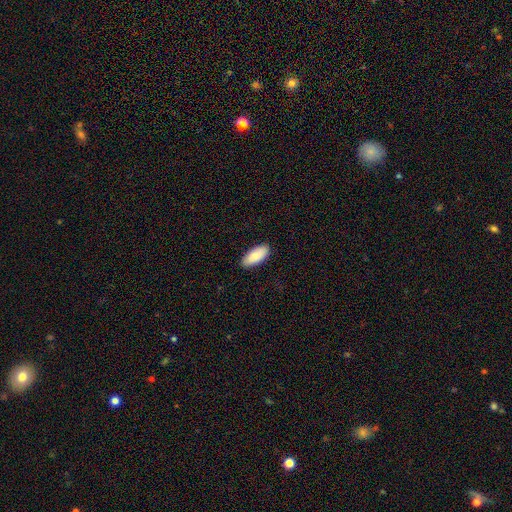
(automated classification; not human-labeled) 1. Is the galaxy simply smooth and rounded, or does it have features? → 88% smooth, 7% featured or disk, 5% star or artifact.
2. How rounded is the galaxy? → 89% in between, 9% cigar-shaped, 2% round.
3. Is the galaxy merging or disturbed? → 89% none, 9% minor disturbance, 2% major disturbance, 1% merger.